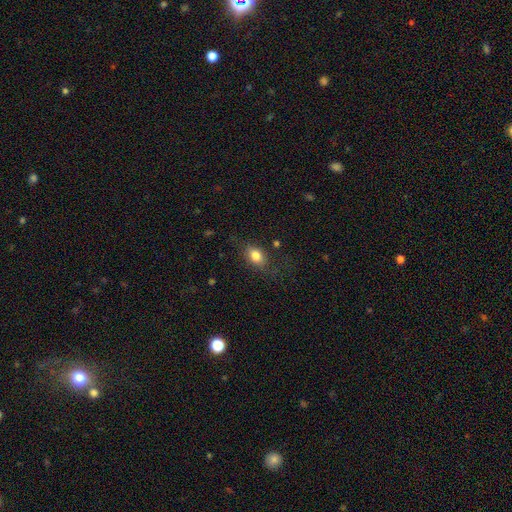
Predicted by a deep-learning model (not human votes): smooth_or_featured: smooth (p=0.80) [alt: featured or disk p=0.10]
how_rounded: in between (p=0.76) [alt: round p=0.22]
merging: none (p=0.75) [alt: minor disturbance p=0.17]